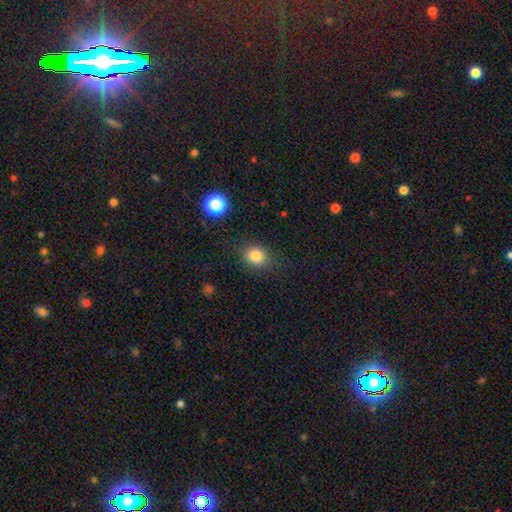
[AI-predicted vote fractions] Smooth or featured? Predicted: smooth (p=0.82). How rounded? Predicted: round (p=0.62). Merging? Predicted: none (p=0.82).